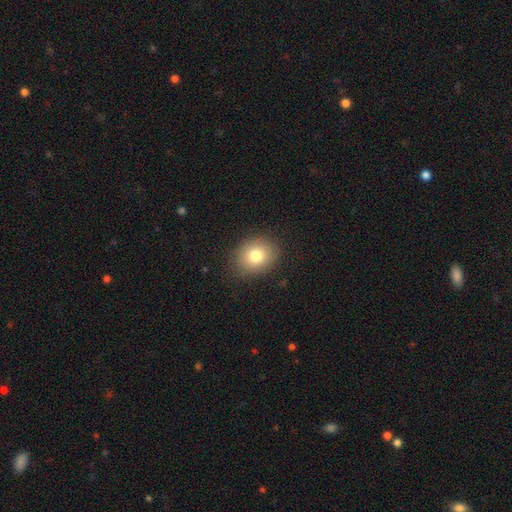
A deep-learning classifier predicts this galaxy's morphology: Overall: smooth (80%). How rounded: round (52%; in between 47%). Merging: none (87%).